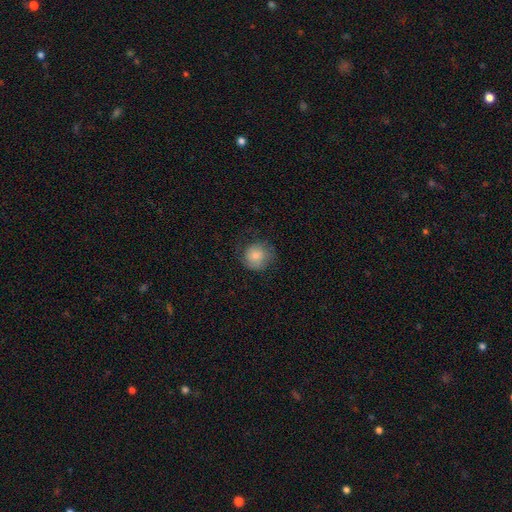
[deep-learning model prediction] A smooth galaxy with no disk features (68%) that is round (88%).

Vote fractions:
- Smooth or featured? smooth: 68% / featured or disk: 24% / star or artifact: 8%
- How rounded? round: 88% / in between: 11% / cigar-shaped: 1%
- Merging? none: 65% / minor disturbance: 21% / major disturbance: 12% / merger: 1%